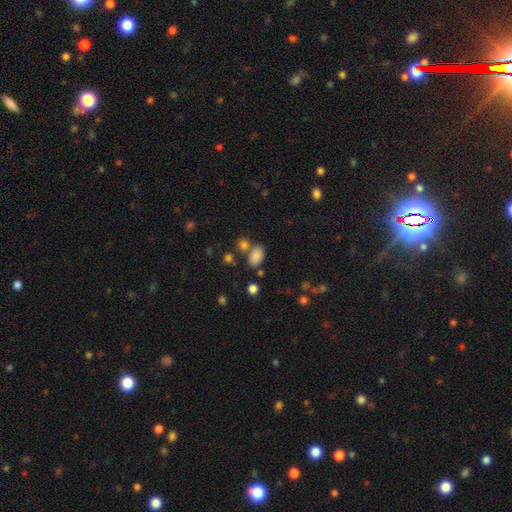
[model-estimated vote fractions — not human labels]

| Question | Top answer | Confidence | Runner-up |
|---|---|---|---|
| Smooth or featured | smooth | 84% | star or artifact (10%) |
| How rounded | in between | 91% | round (8%) |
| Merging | none | 64% | merger (18%) |